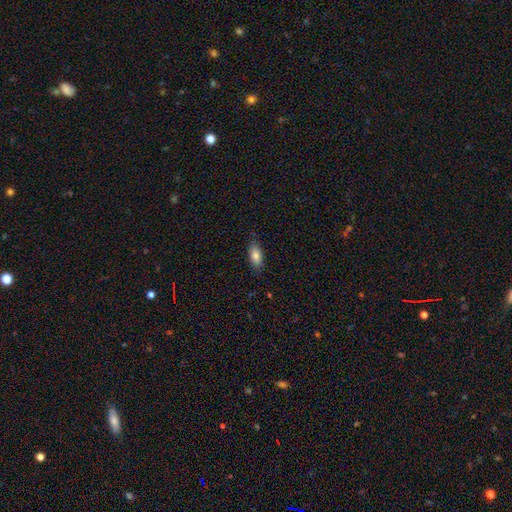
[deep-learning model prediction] smooth_or_featured: smooth (p=0.83) [alt: featured or disk p=0.10]
how_rounded: in between (p=0.87) [alt: cigar-shaped p=0.11]
merging: none (p=0.84) [alt: minor disturbance p=0.13]